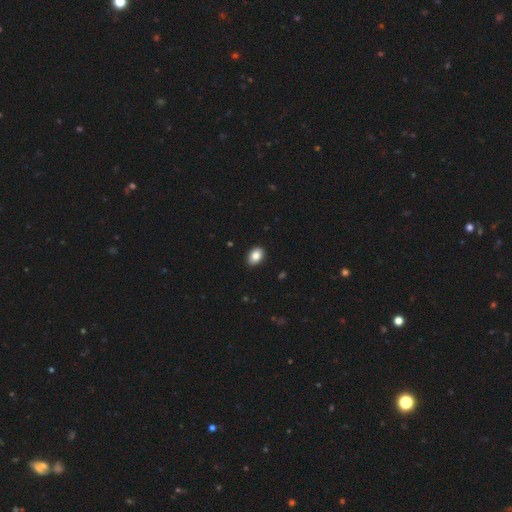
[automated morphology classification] Smooth or featured: smooth — 86% (star or artifact — 8%)
How rounded: in between — 82% (round — 17%)
Merging: none — 89% (minor disturbance — 9%)